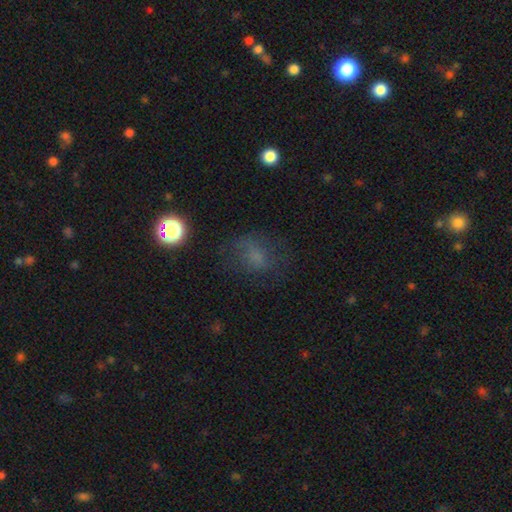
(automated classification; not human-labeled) Overall: smooth (58%; star or artifact 22%). How rounded: round (50%; in between 48%). Merging: none (59%; minor disturbance 21%).